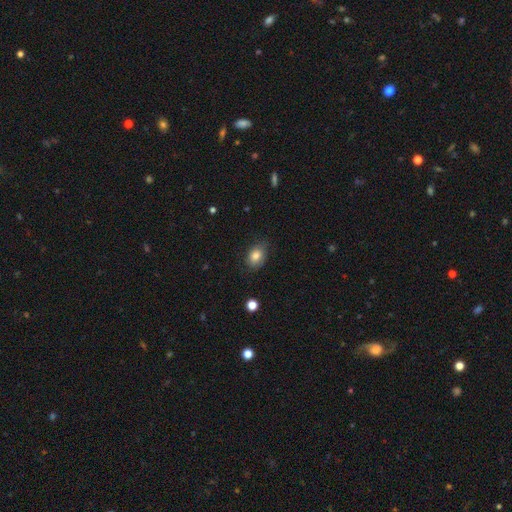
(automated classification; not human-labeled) Smooth or featured? smooth (80%)
How rounded? in between (69%)
Merging? none (73%)